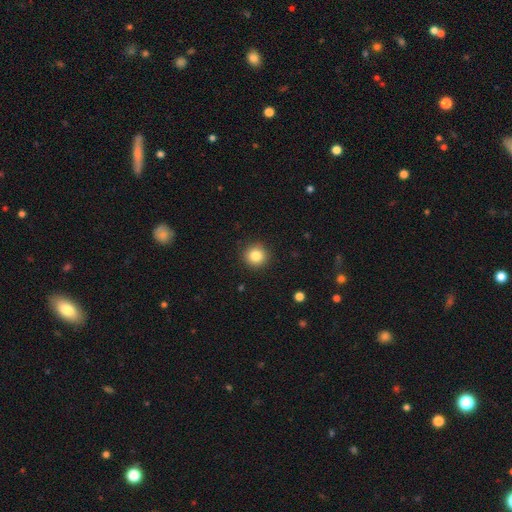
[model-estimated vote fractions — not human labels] Q: Smooth or featured?
A: smooth (83%); runner-up: star or artifact (10%)
Q: How rounded?
A: round (94%); runner-up: in between (5%)
Q: Merging?
A: none (92%); runner-up: minor disturbance (6%)